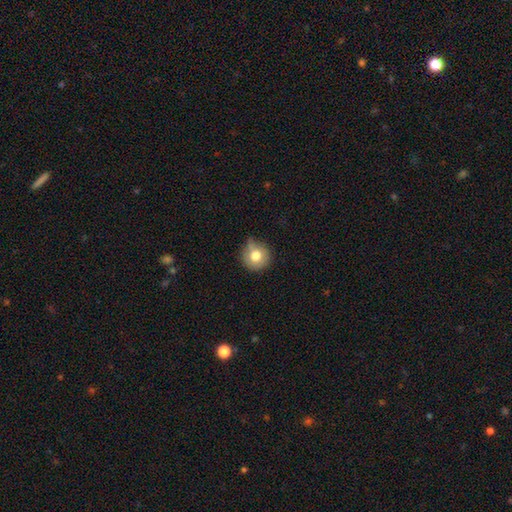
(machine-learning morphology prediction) Smooth or featured?
  - smooth: 78% *
  - featured or disk: 12%
  - star or artifact: 9%
How rounded?
  - round: 92% *
  - in between: 7%
  - cigar-shaped: 1%
Merging?
  - none: 65% *
  - minor disturbance: 26%
  - major disturbance: 5%
  - merger: 4%